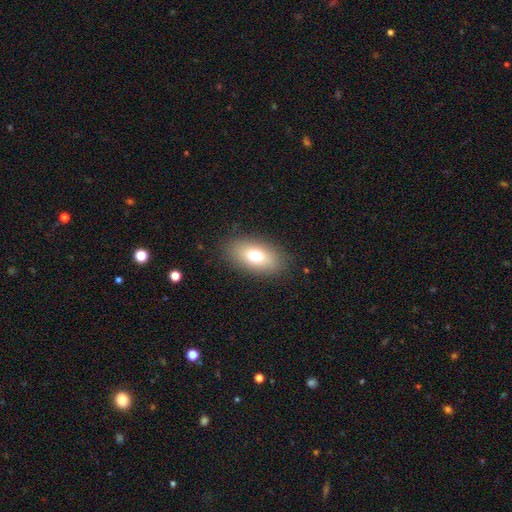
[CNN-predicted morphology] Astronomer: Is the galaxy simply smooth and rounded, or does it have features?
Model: smooth — 75%.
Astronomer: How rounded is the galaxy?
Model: in between — 90%.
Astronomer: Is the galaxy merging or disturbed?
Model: none — 86%.